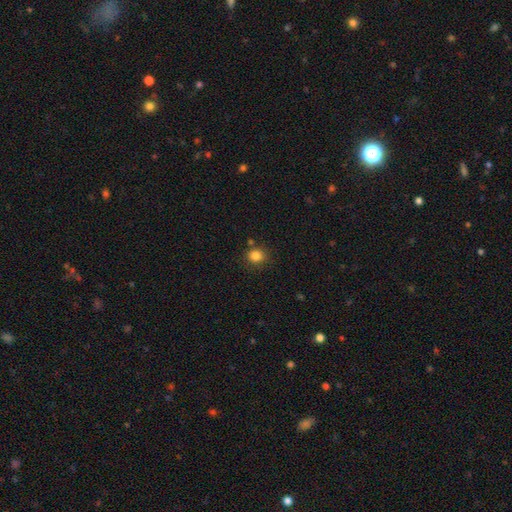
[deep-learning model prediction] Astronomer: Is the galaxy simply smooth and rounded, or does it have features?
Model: smooth — 83%.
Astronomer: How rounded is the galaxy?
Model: round — 84%.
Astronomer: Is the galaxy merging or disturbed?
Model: none — 83%.